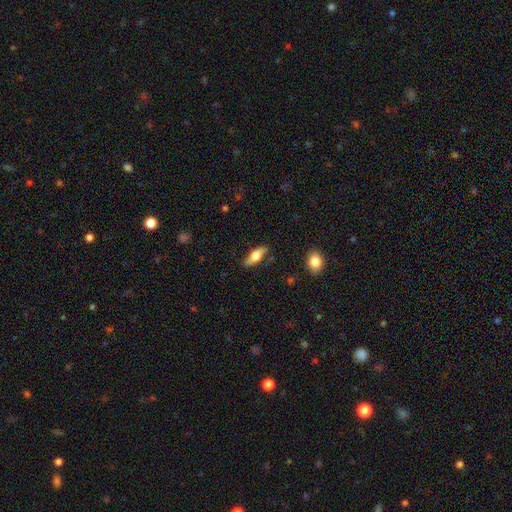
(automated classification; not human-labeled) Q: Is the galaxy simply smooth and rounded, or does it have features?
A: smooth — 48%.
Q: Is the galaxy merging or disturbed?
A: none — 80%.